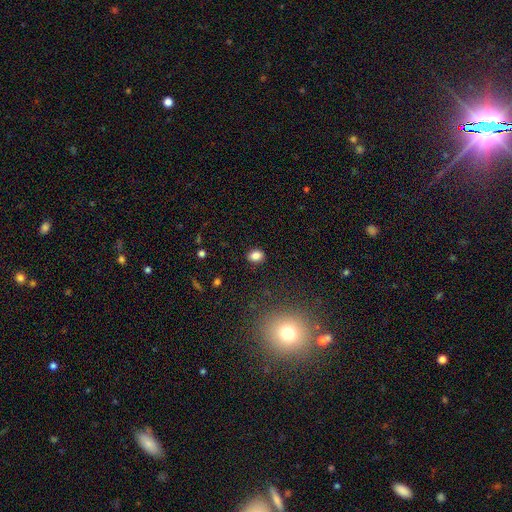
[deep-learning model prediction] The model was most divided on "how rounded": in between: 58%, round: 41%, cigar-shaped: 1%. More confident: merging — none (87%); smooth or featured — smooth (84%).